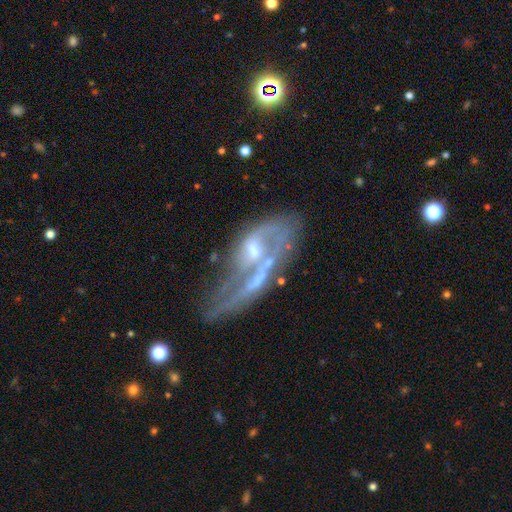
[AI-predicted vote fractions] A featured or disk galaxy (75%) with no bar (57%), spiral arms (66%) and a small central bulge (44%). Merging: major disturbance (35%).